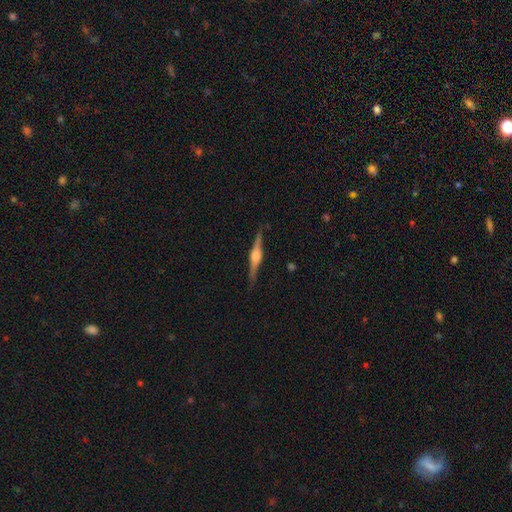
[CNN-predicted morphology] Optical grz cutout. It shows a featured or disk galaxy (81%) viewed edge-on (98%) with a rounded central bulge (81%). Merging: none (88%).